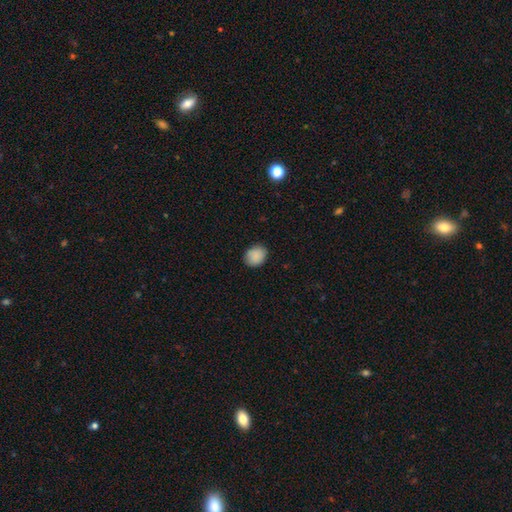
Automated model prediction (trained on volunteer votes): This is clearly a smooth galaxy (89%). How rounded: possibly round (54%). Merging: clearly none (87%).